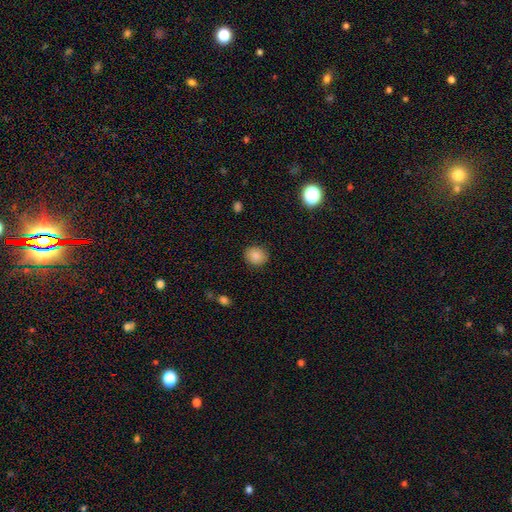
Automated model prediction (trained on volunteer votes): smooth-or-featured: smooth: 85% | star or artifact: 9% | featured or disk: 6%
  how-rounded: round: 72% | in between: 27% | cigar-shaped: 1%
  merging: none: 89% | minor disturbance: 8% | major disturbance: 2% | merger: 1%